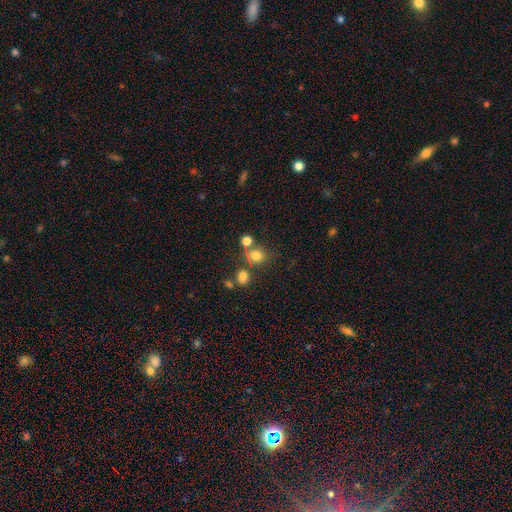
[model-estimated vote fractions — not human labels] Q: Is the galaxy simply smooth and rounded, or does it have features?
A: smooth — 76%.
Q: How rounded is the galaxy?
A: round — 78%.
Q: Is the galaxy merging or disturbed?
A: none — 60%.